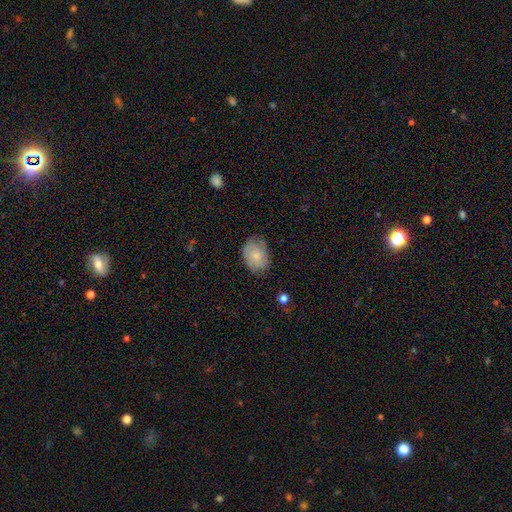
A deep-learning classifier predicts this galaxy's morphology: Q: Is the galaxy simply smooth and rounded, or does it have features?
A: smooth — 63%.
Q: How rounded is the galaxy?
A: in between — 73%.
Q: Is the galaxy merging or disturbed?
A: none — 65%.